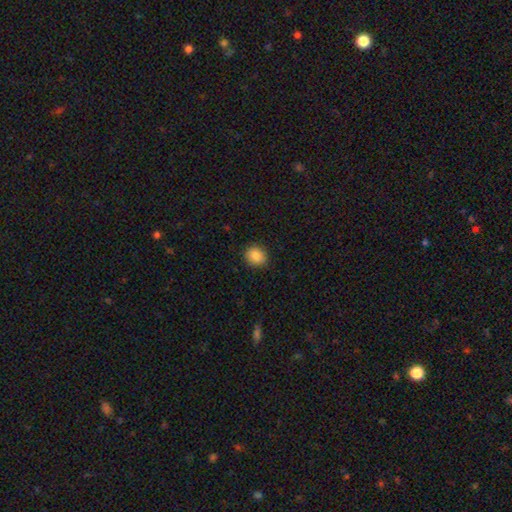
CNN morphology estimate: This appears to be a smooth galaxy with no disk features (88%) that is round (74%). Merging: none (89%).